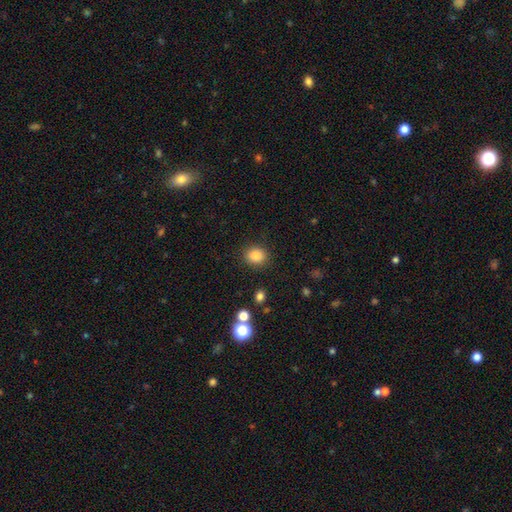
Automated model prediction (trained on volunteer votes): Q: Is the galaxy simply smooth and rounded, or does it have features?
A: smooth — 84%.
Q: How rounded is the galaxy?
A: round — 73%.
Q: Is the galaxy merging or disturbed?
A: none — 89%.